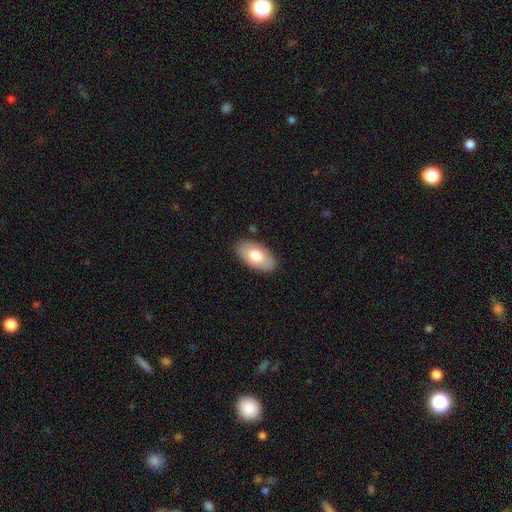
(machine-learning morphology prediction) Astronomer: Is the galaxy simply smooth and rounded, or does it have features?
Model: smooth — 72%.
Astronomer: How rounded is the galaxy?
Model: in between — 95%.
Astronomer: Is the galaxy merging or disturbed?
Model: none — 85%.